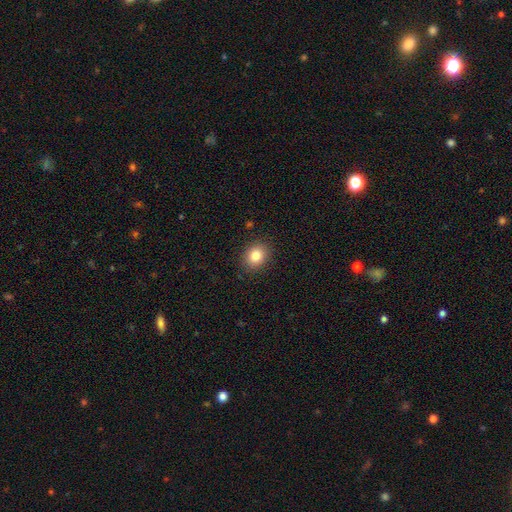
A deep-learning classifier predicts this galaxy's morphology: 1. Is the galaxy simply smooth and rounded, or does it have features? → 84% smooth, 10% star or artifact, 6% featured or disk.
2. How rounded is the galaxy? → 57% round, 42% in between, 1% cigar-shaped.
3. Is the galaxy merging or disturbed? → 89% none, 8% minor disturbance, 2% major disturbance, 1% merger.